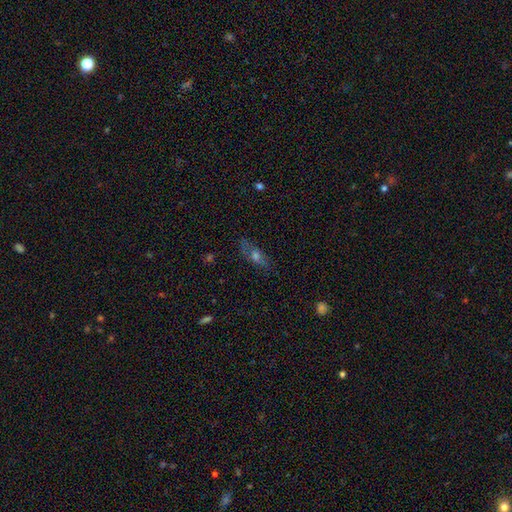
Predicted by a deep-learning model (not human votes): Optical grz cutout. It shows a smooth galaxy with no disk features (42%). Merging: none (77%).